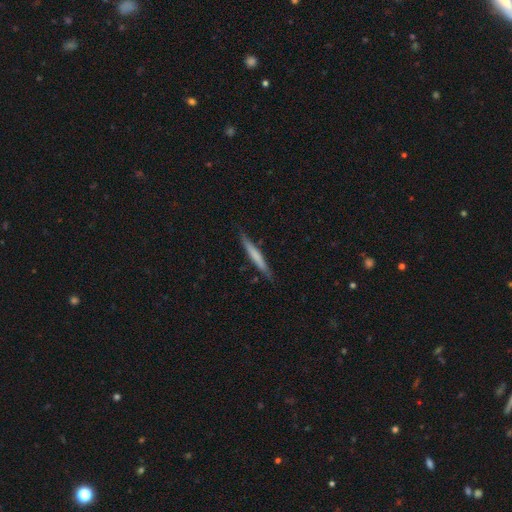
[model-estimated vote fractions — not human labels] This is likely a smooth galaxy (60%). How rounded: clearly cigar-shaped (96%). Merging: clearly none (85%).